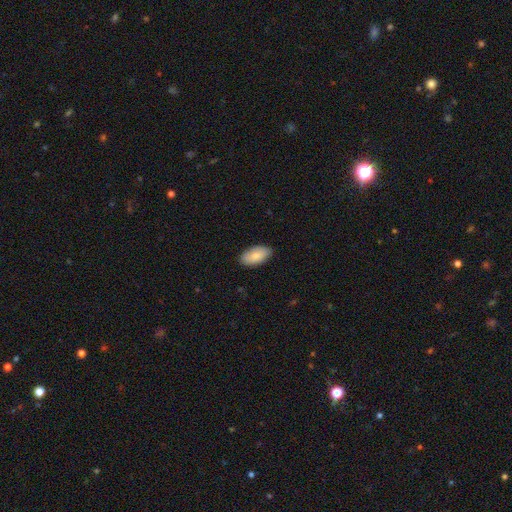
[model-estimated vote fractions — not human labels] Smooth or featured? smooth (85%)
How rounded? in between (95%)
Merging? none (87%)